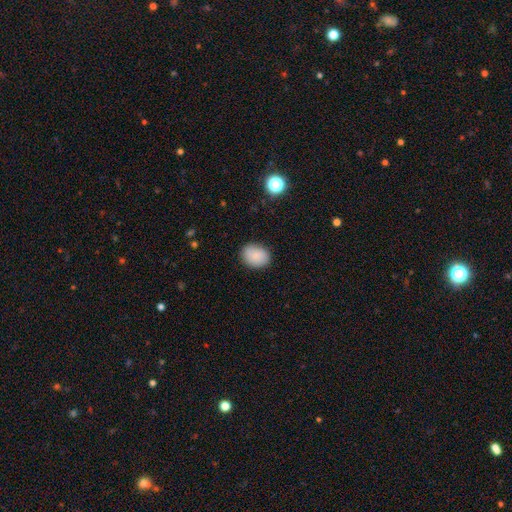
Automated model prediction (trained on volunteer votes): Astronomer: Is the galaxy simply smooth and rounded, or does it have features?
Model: smooth — 86%.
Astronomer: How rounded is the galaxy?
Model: in between — 54% (runner-up: round, 45%).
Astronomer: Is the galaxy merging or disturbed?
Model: none — 85%.